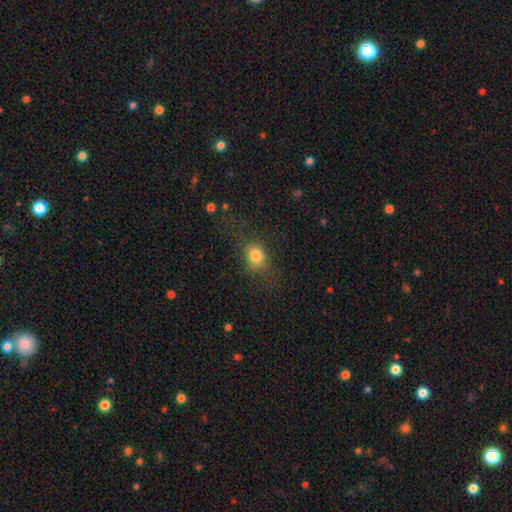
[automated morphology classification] This appears to be a smooth galaxy with no disk features (81%) that is in between round and cigar-shaped (59%). Merging: none (70%).